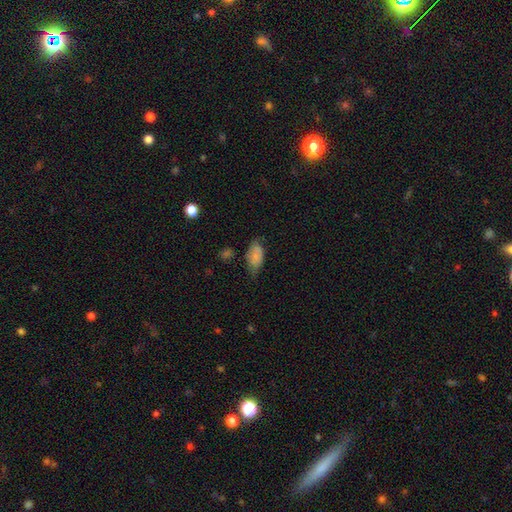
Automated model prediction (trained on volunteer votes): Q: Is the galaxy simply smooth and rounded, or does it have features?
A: smooth — 78%.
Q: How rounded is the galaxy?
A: in between — 92%.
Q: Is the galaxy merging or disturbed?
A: none — 52%.